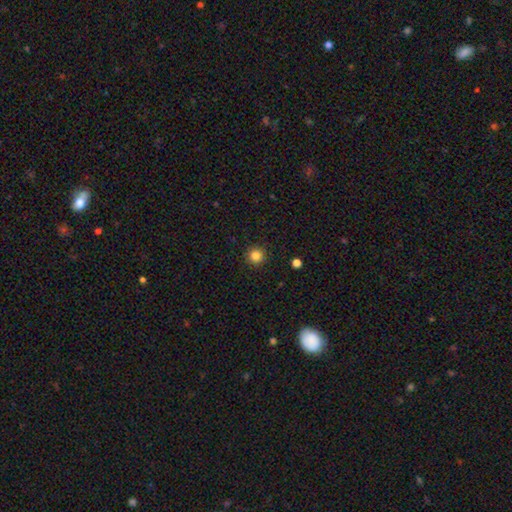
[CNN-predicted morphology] Smooth or featured? smooth (84%)
How rounded? round (95%)
Merging? none (92%)